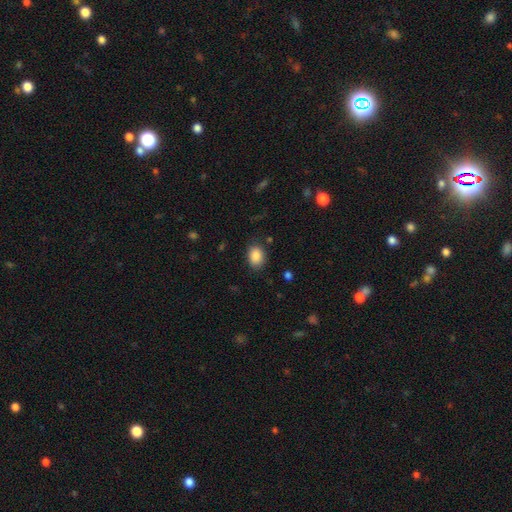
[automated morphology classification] This is clearly a smooth galaxy (88%). How rounded: likely in between (73%). Merging: clearly none (84%).